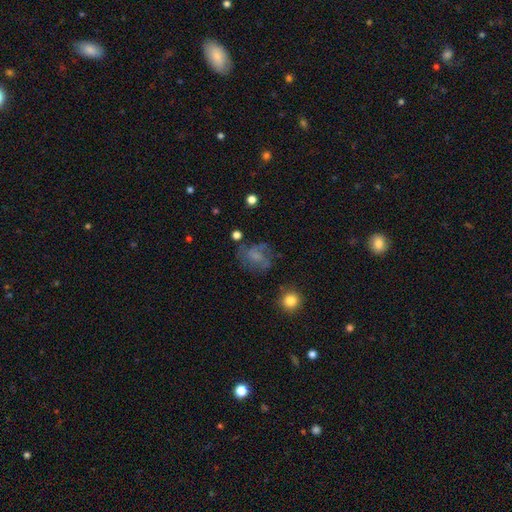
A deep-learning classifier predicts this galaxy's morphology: Smooth or featured? Predicted: featured or disk (p=0.44). Merging? Predicted: none (p=0.54).